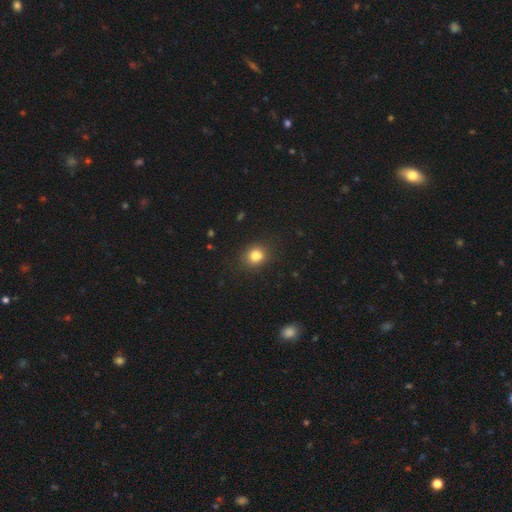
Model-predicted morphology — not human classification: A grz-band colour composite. It shows a smooth galaxy with no disk features (82%) that is round (76%). Merging: none (86%).